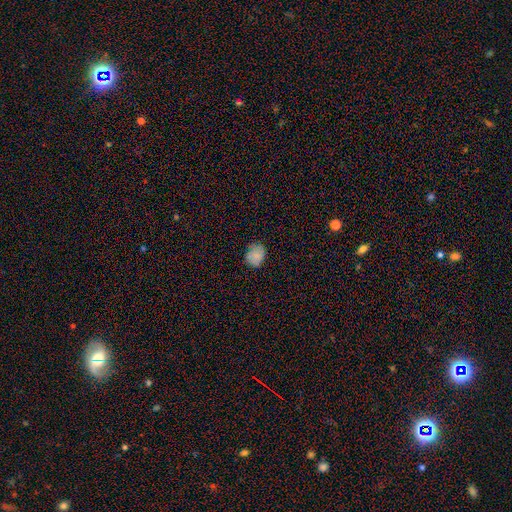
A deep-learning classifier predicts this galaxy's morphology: This appears to be a smooth galaxy with no disk features (80%) that is round (54%). Merging: none (73%).